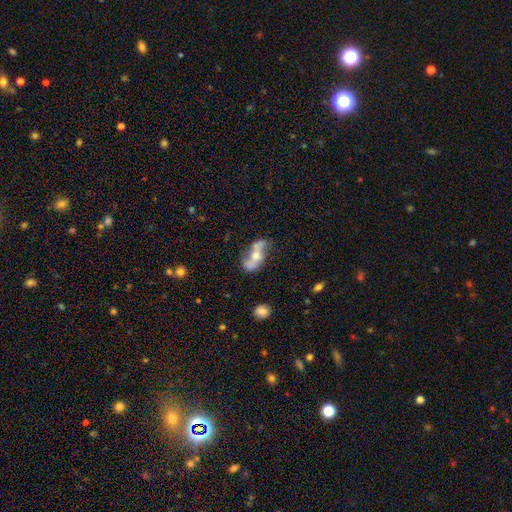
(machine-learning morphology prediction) This appears to be a featured or disk galaxy (69%) with no bar (58%), spiral arms (77%) and a moderate central bulge (63%). Merging: none (54%).